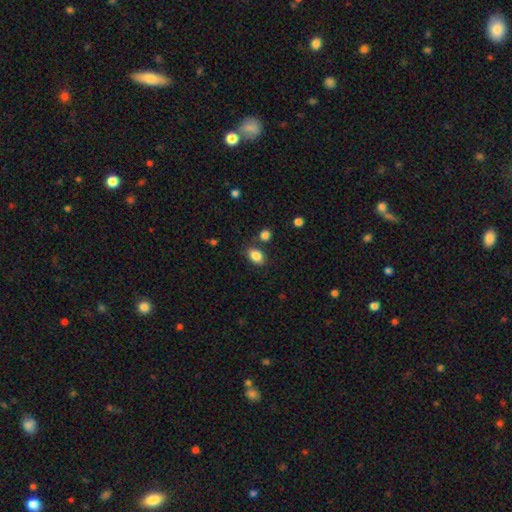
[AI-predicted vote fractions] smooth 85%, star or artifact 9%, featured or disk 6%. Down the decision tree: how rounded — in between (84%); merging — none (76%).